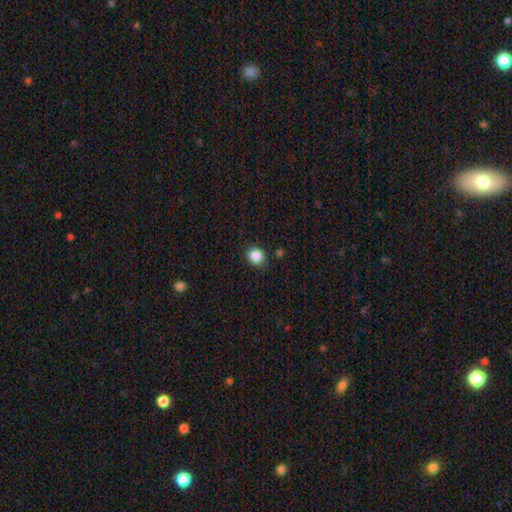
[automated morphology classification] Smooth or featured? Predicted: smooth (p=0.86). How rounded? Predicted: round (p=0.86). Merging? Predicted: none (p=0.86).